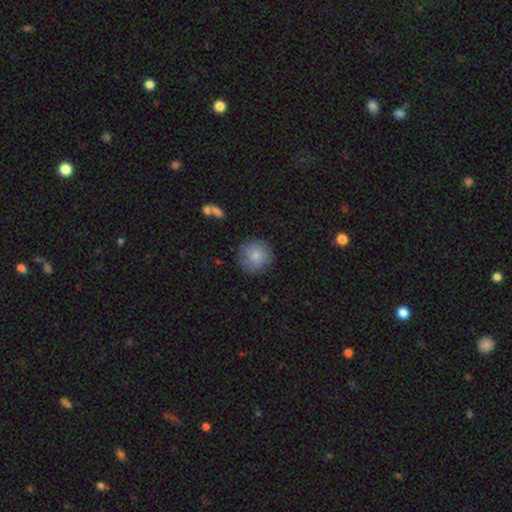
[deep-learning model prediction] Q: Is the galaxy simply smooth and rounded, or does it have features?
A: smooth — 79%.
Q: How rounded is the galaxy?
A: round — 94%.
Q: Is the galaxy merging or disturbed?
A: none — 83%.